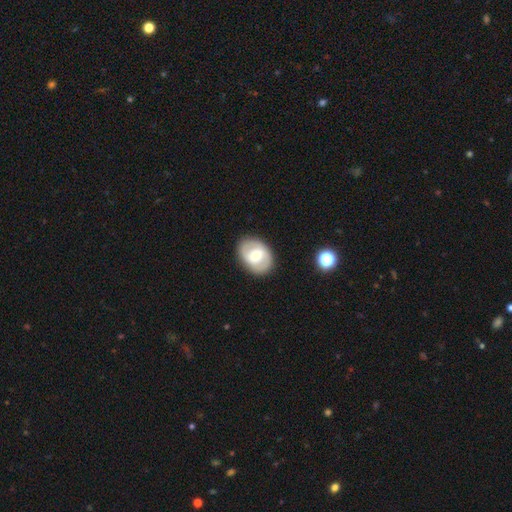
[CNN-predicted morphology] Q: Smooth or featured?
A: featured or disk (53%); runner-up: smooth (41%)
Q: Edge-on disk?
A: no (96%); runner-up: yes (4%)
Q: Bar?
A: weak (46%); runner-up: no (31%)
Q: Spiral arms?
A: yes (58%); runner-up: no (42%)
Q: Bulge size?
A: moderate (64%); runner-up: small (28%)
Q: Merging?
A: none (85%); runner-up: minor disturbance (10%)